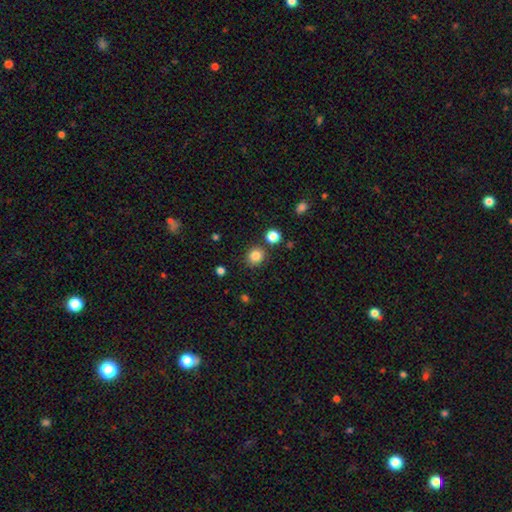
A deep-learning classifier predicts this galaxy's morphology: Q: Smooth or featured?
A: smooth (84%); runner-up: star or artifact (11%)
Q: How rounded?
A: round (86%); runner-up: in between (13%)
Q: Merging?
A: none (84%); runner-up: minor disturbance (8%)